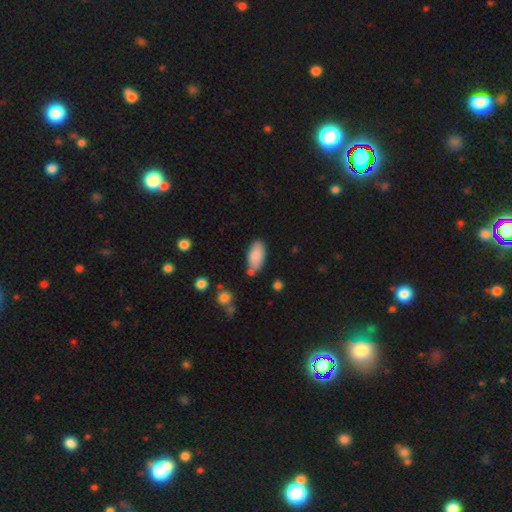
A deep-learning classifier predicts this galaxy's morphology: A smooth galaxy with no disk features (83%) that is in between round and cigar-shaped (92%).

Vote fractions:
- Smooth or featured? smooth: 83% / featured or disk: 10% / star or artifact: 6%
- How rounded? in between: 92% / cigar-shaped: 6% / round: 2%
- Merging? none: 68% / minor disturbance: 20% / merger: 8% / major disturbance: 4%